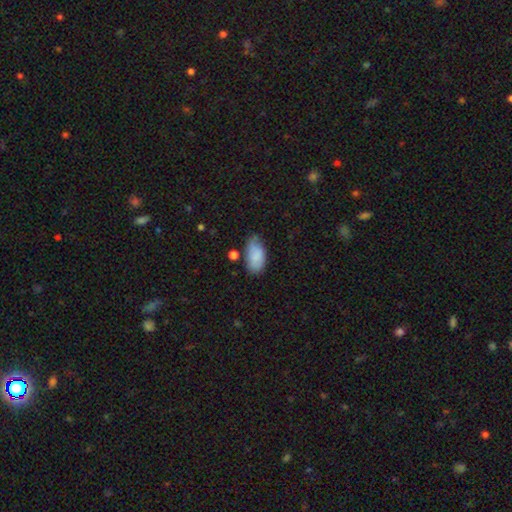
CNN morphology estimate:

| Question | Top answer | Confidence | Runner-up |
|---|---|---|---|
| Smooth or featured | smooth | 85% | featured or disk (9%) |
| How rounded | in between | 94% | round (3%) |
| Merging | none | 59% | minor disturbance (29%) |